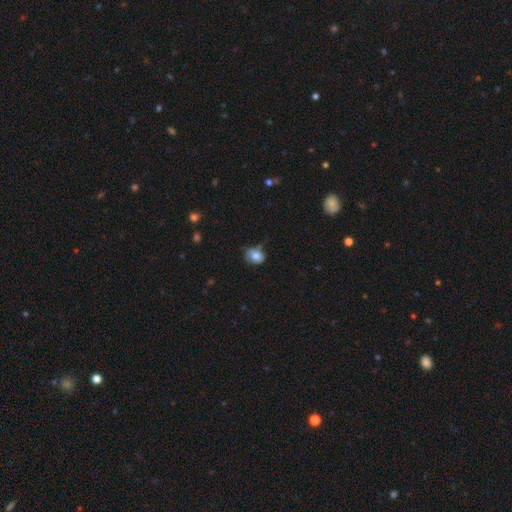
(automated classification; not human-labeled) smooth-or-featured: smooth: 76% | featured or disk: 15% | star or artifact: 9%
  how-rounded: in between: 56% | round: 43% | cigar-shaped: 1%
  merging: none: 54% | minor disturbance: 32% | major disturbance: 9% | merger: 5%